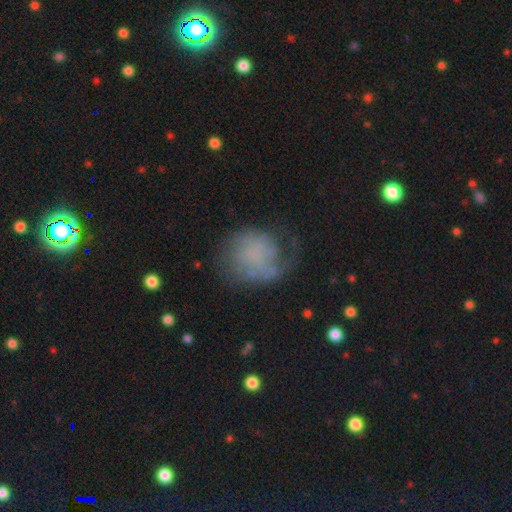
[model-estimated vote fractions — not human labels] Morphology: type=featured or disk (48%); merging=none (45%).